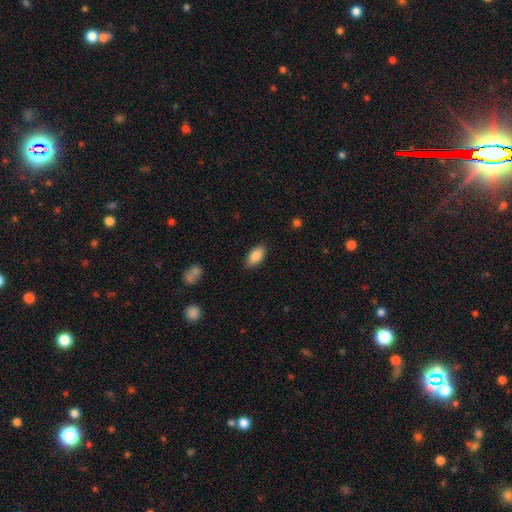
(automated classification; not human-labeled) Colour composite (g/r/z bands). It shows a smooth galaxy with no disk features (86%) that is in between round and cigar-shaped (89%). Merging: none (86%).